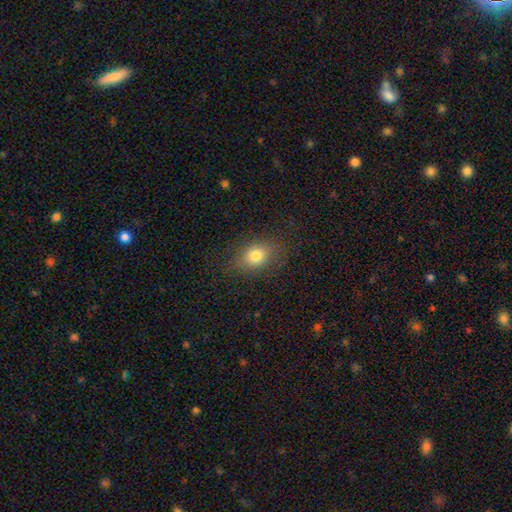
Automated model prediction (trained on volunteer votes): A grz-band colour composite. It shows a smooth galaxy with no disk features (77%) that is in between round and cigar-shaped (59%). Merging: none (79%).